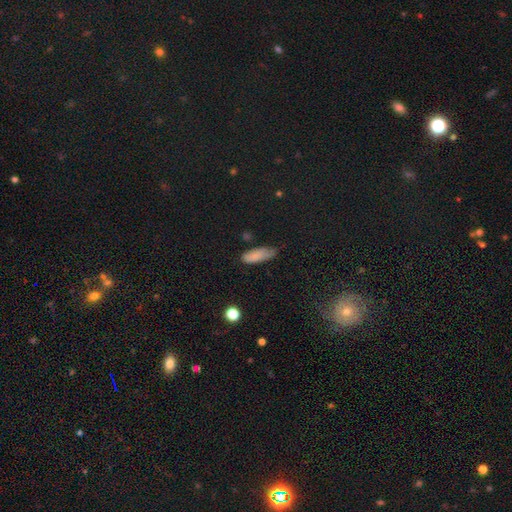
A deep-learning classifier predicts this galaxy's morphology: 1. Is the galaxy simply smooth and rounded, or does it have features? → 80% smooth, 10% featured or disk, 9% star or artifact.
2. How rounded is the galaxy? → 64% in between, 34% cigar-shaped, 2% round.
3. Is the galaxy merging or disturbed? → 53% none, 36% minor disturbance, 8% major disturbance, 3% merger.